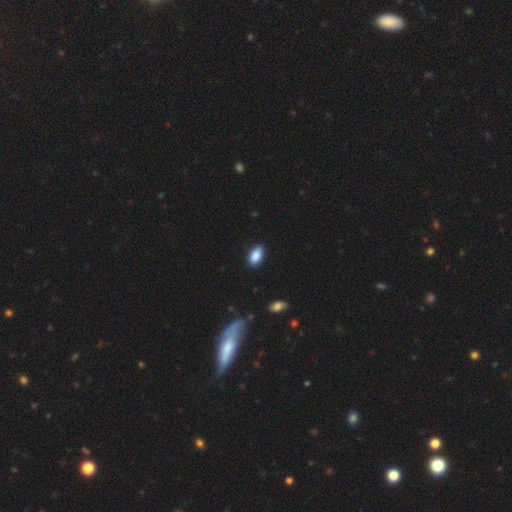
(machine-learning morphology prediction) Smooth or featured? smooth (87%)
How rounded? in between (91%)
Merging? none (84%)